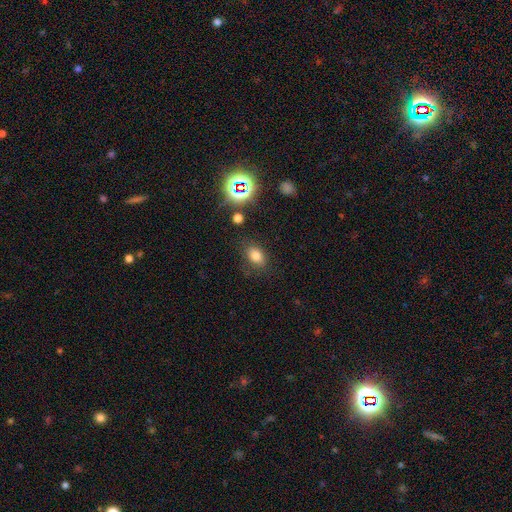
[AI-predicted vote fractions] Smooth or featured: smooth — 74% (star or artifact — 17%)
How rounded: in between — 72% (round — 27%)
Merging: none — 78% (minor disturbance — 14%)